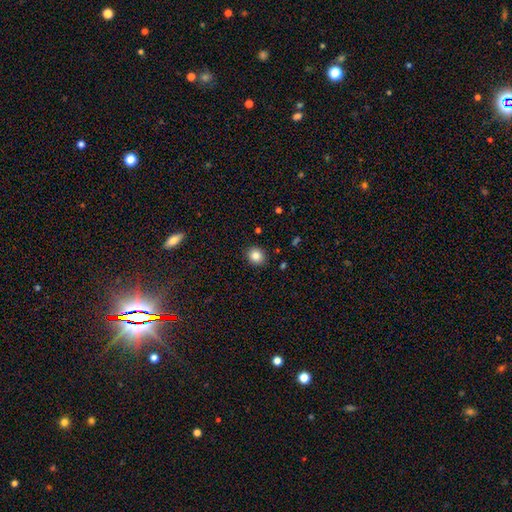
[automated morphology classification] Smooth or featured? Predicted: smooth (p=0.84). How rounded? Predicted: round (p=0.73). Merging? Predicted: none (p=0.90).